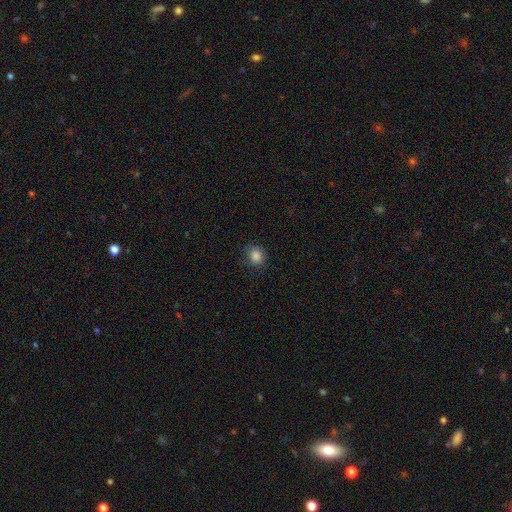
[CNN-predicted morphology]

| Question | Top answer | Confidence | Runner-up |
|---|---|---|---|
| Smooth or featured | smooth | 86% | star or artifact (11%) |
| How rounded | round | 79% | in between (20%) |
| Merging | none | 81% | minor disturbance (14%) |